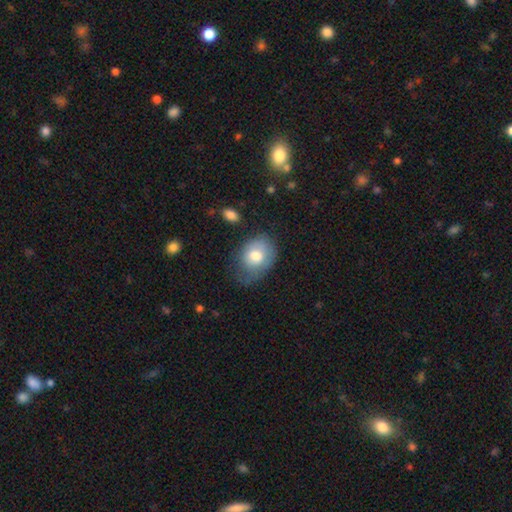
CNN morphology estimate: Overall: smooth (74%). How rounded: in between (56%; round 43%). Merging: none (44%; minor disturbance 36%).